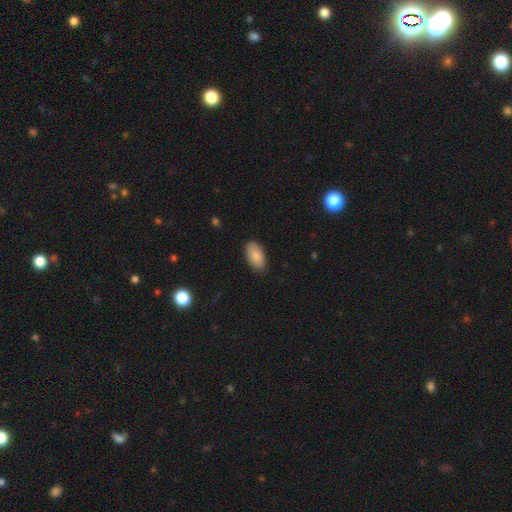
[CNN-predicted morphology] type=smooth (86%); roundness=in between (94%); merging=none (87%).